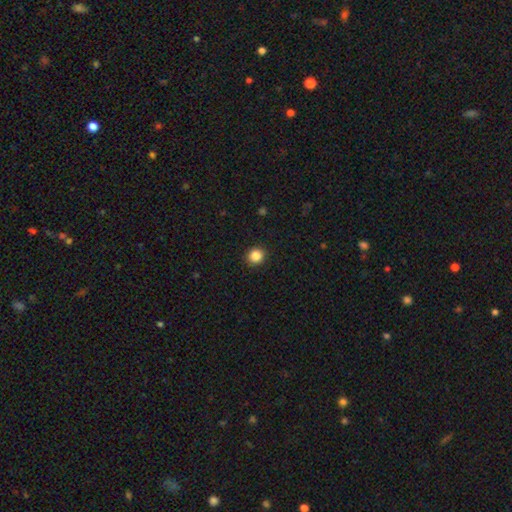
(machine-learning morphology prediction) Smooth or featured? Predicted: smooth (p=0.85). How rounded? Predicted: round (p=0.91). Merging? Predicted: none (p=0.92).